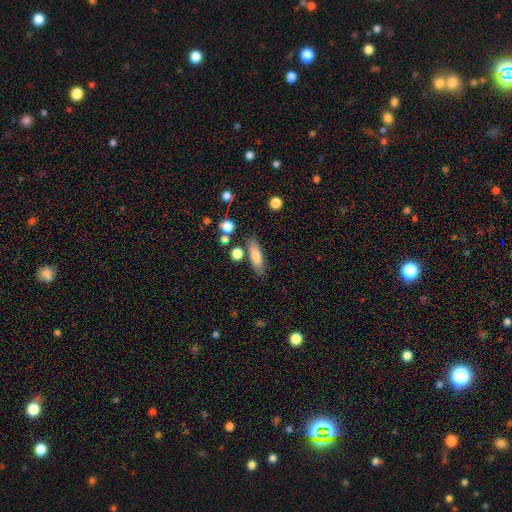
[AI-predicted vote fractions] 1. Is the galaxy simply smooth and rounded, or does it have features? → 78% smooth, 14% featured or disk, 7% star or artifact.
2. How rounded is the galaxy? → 50% cigar-shaped, 47% in between, 3% round.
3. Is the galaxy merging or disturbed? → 77% none, 12% minor disturbance, 7% merger, 3% major disturbance.